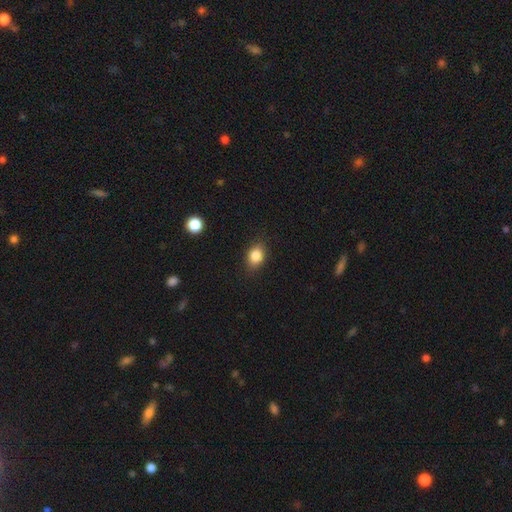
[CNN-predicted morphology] Q: Smooth or featured?
A: smooth (83%); runner-up: star or artifact (10%)
Q: How rounded?
A: in between (65%); runner-up: round (34%)
Q: Merging?
A: none (84%); runner-up: minor disturbance (12%)